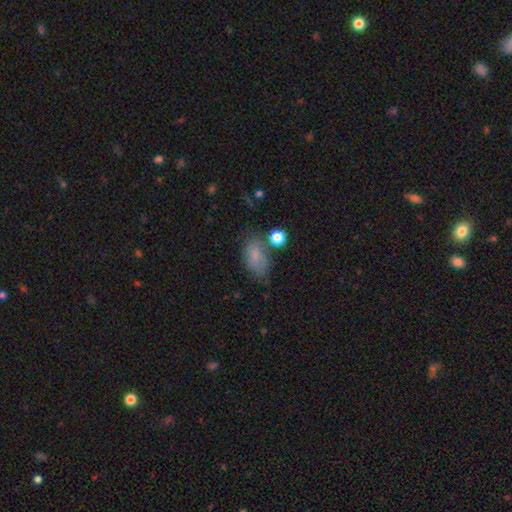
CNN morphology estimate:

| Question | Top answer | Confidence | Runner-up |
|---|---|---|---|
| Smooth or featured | smooth | 78% | featured or disk (11%) |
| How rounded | in between | 89% | round (8%) |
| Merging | none | 56% | minor disturbance (25%) |